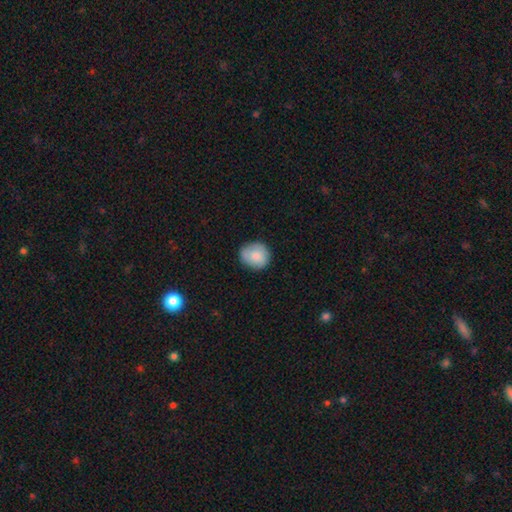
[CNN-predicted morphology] Q: Smooth or featured?
A: smooth (83%); runner-up: featured or disk (10%)
Q: How rounded?
A: round (82%); runner-up: in between (17%)
Q: Merging?
A: none (80%); runner-up: minor disturbance (16%)